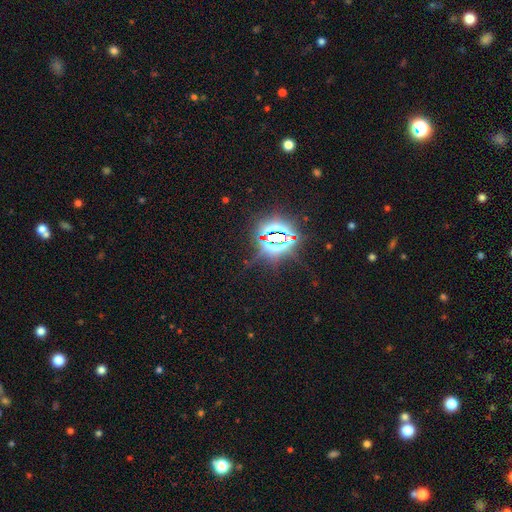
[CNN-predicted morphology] Smooth or featured? star or artifact (85%)